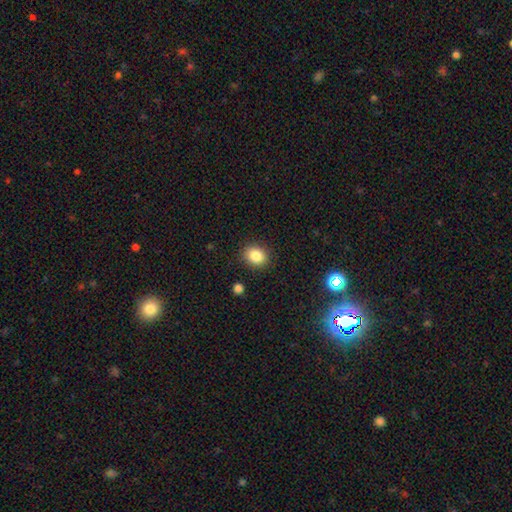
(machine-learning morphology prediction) Q: Smooth or featured?
A: smooth (84%); runner-up: star or artifact (10%)
Q: How rounded?
A: round (64%); runner-up: in between (35%)
Q: Merging?
A: none (89%); runner-up: minor disturbance (8%)